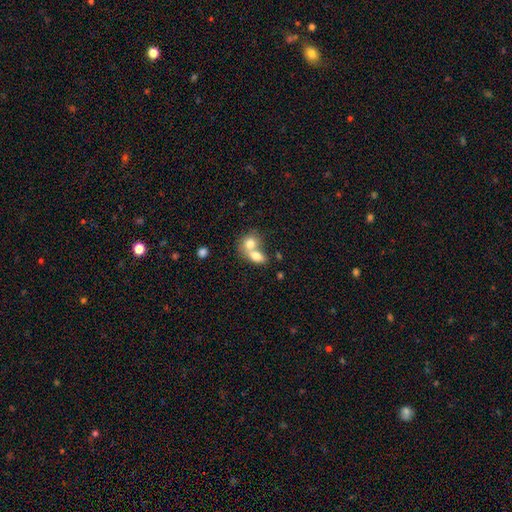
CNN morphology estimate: Overall: smooth (74%). How rounded: in between (68%; round 30%). Merging: merger (70%).